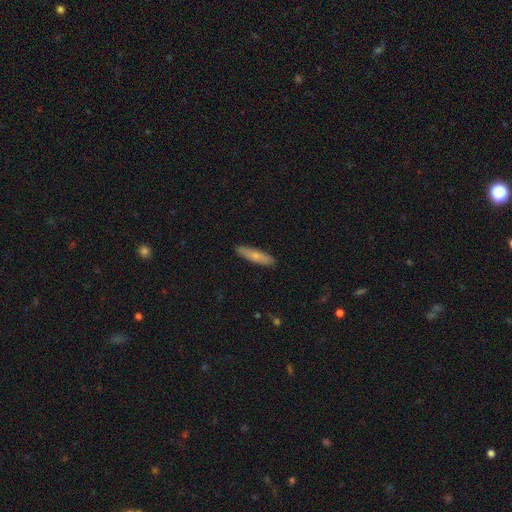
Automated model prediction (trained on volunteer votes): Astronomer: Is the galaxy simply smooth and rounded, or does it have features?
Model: smooth — 73%.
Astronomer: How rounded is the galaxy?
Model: cigar-shaped — 78%.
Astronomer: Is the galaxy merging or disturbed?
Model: none — 89%.